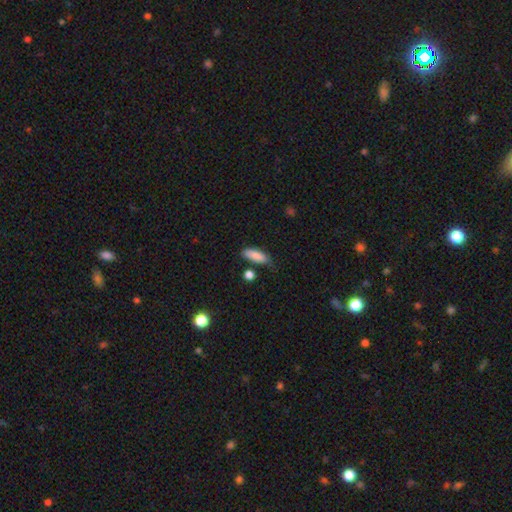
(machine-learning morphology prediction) This appears to be a smooth galaxy with no disk features (85%) that is in between round and cigar-shaped (69%). Merging: none (56%).